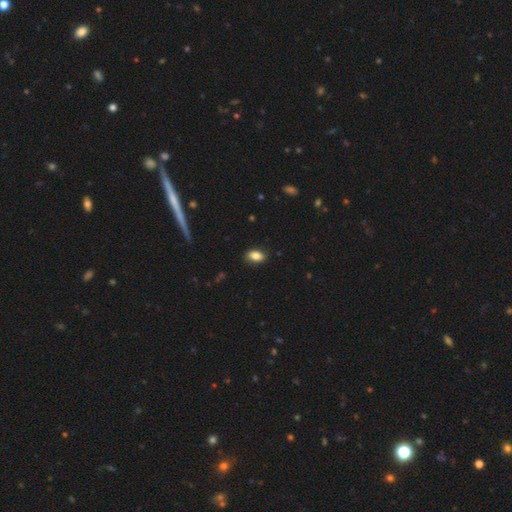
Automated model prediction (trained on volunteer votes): Morphology: type=smooth (84%); roundness=in between (90%); merging=none (84%).